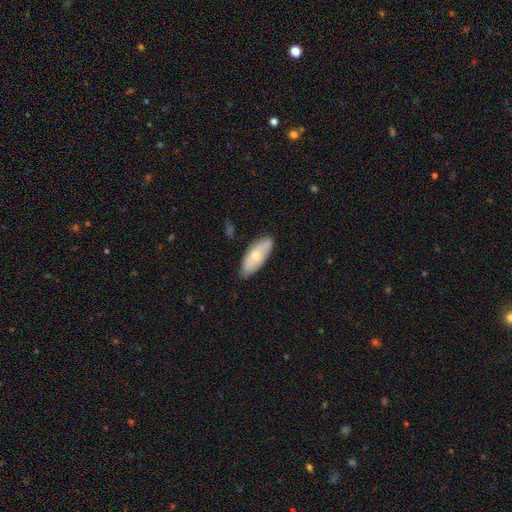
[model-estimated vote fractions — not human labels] This is likely a smooth galaxy (64%). How rounded: clearly in between (80%). Merging: likely none (74%).